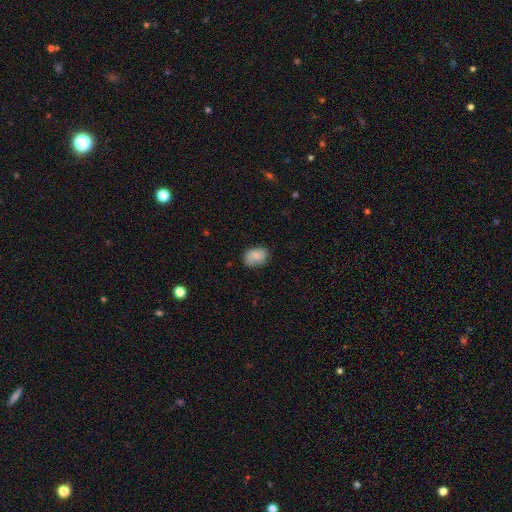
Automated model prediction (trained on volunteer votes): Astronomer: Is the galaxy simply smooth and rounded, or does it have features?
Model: smooth — 78%.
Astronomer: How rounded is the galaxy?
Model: in between — 72%.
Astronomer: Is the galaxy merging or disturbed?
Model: none — 72%.